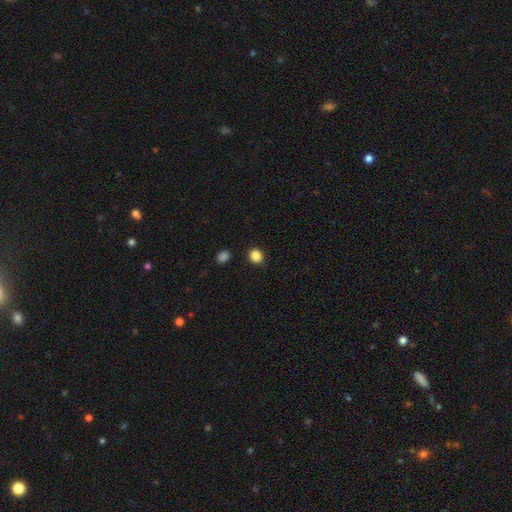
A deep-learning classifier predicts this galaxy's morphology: Q: Smooth or featured?
A: smooth (87%); runner-up: star or artifact (10%)
Q: How rounded?
A: round (80%); runner-up: in between (19%)
Q: Merging?
A: none (88%); runner-up: minor disturbance (7%)